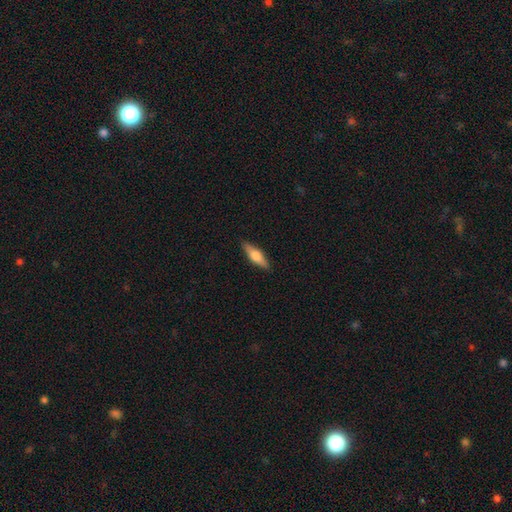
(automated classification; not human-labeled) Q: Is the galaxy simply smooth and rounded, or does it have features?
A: smooth — 50%.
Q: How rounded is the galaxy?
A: cigar-shaped — 60%.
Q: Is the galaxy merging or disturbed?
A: none — 90%.